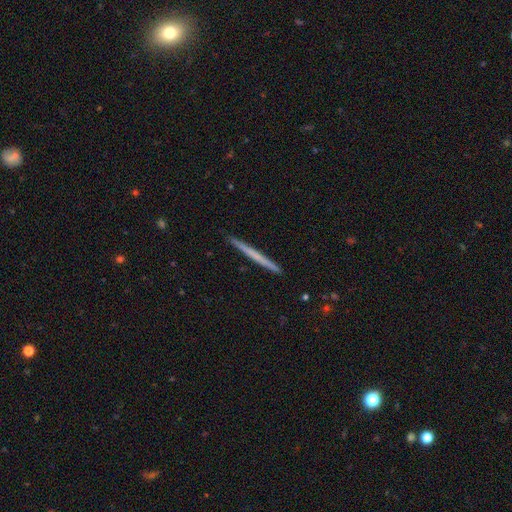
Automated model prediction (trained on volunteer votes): Overall: smooth (47%, tied with featured or disk). Merging: none (93%).